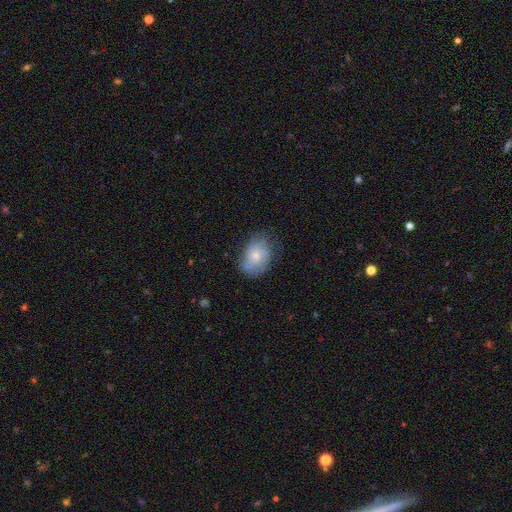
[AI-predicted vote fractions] Overall: smooth (57%; featured or disk 35%). How rounded: in between (71%). Merging: none (63%; minor disturbance 27%).